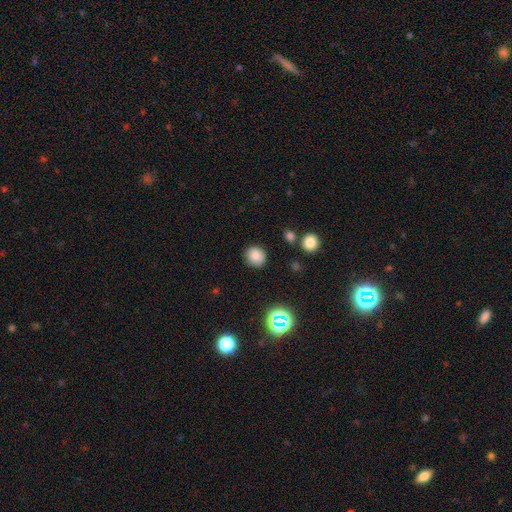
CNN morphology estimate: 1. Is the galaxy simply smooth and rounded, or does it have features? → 81% smooth, 13% star or artifact, 6% featured or disk.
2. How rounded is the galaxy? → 87% round, 12% in between, 1% cigar-shaped.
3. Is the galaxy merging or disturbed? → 87% none, 8% minor disturbance, 2% major disturbance, 2% merger.